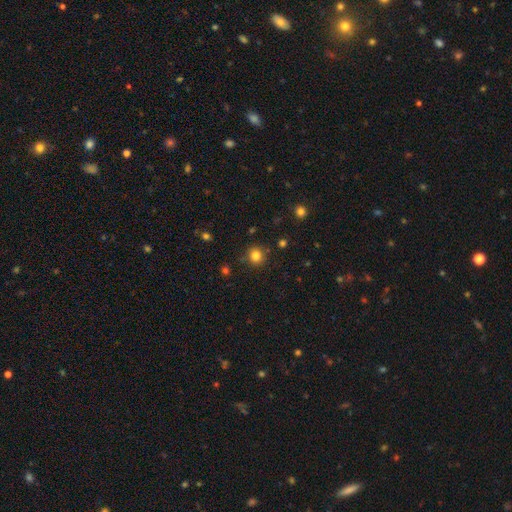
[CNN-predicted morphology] type=smooth (82%); roundness=round (92%); merging=none (85%).